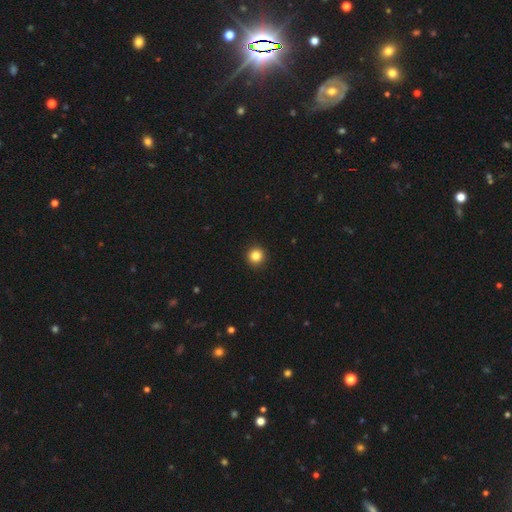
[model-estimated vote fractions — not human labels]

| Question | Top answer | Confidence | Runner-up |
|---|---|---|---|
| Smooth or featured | smooth | 85% | star or artifact (11%) |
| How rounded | round | 95% | in between (4%) |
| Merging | none | 93% | minor disturbance (4%) |